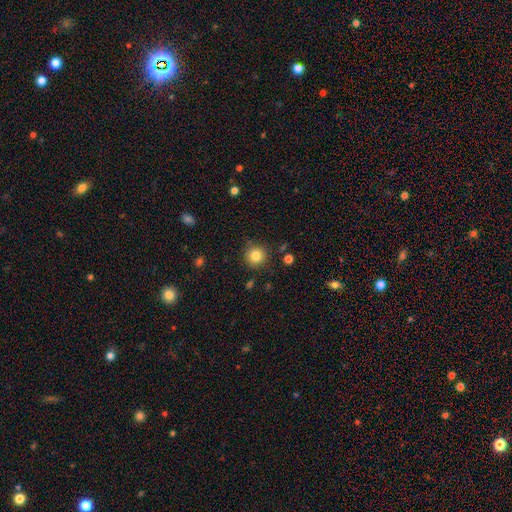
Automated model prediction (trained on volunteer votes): Q: Smooth or featured?
A: smooth (82%); runner-up: star or artifact (11%)
Q: How rounded?
A: round (94%); runner-up: in between (5%)
Q: Merging?
A: none (86%); runner-up: minor disturbance (9%)